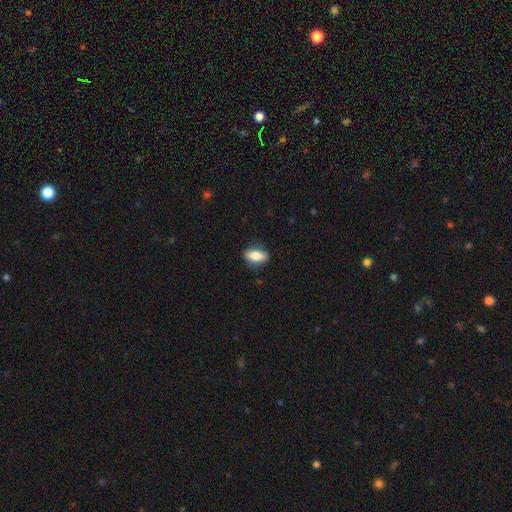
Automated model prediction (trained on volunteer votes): Smooth or featured? Predicted: smooth (p=0.77). How rounded? Predicted: in between (p=0.80). Merging? Predicted: none (p=0.84).